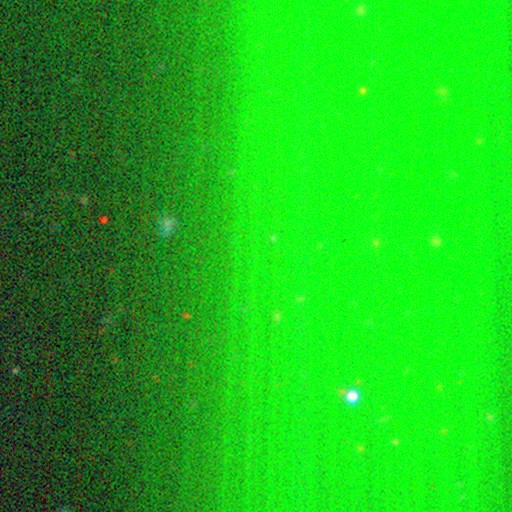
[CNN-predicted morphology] Smooth or featured?
  - star or artifact: 79% *
  - smooth: 13%
  - featured or disk: 8%